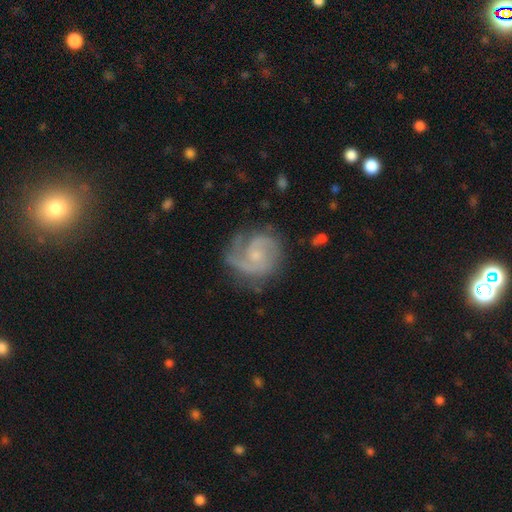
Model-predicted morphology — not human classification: smooth-or-featured: featured or disk: 85% | smooth: 10% | star or artifact: 5%
  disk-edge-on: no: 98% | yes: 2%
    bar: no: 64% | weak: 32% | strong: 4%
    has-spiral-arms: yes: 96% | no: 4%
      spiral-winding: medium: 46% | tight: 39% | loose: 15%
      spiral-arm-count: 2: 67% | 1: 11% | can't tell: 9% | 3: 8% | 4: 2% | more than 4: 2%
    bulge-size: small: 64% | moderate: 23% | none: 10% | large: 2% | dominant: 1%
  merging: none: 68% | minor disturbance: 20% | major disturbance: 10% | merger: 2%